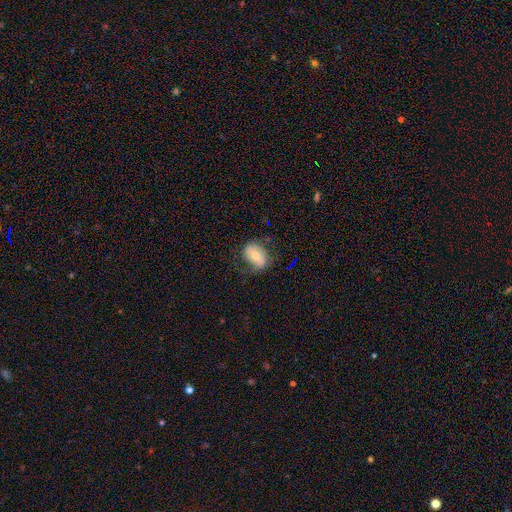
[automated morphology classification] A smooth galaxy with no disk features (59%) that is in between round and cigar-shaped (80%).

Vote fractions:
- Smooth or featured? smooth: 59% / featured or disk: 32% / star or artifact: 9%
- How rounded? in between: 80% / round: 18% / cigar-shaped: 2%
- Merging? none: 60% / minor disturbance: 24% / major disturbance: 14% / merger: 2%